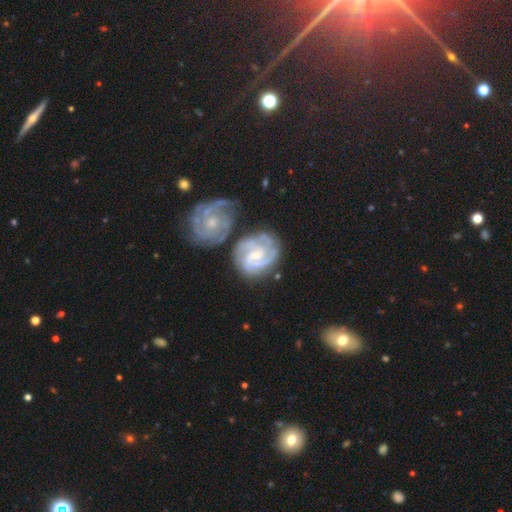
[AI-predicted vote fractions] The model was most divided on "bar" (2-way tie): no: 45%, weak: 45%, strong: 11%. Remaining: edge-on disk — no (98%); spiral arms — yes (97%); smooth or featured — featured or disk (88%); bulge size — small (59%); spiral winding — tight (57%); merging — none (52%); spiral arm count — 3 (42%).